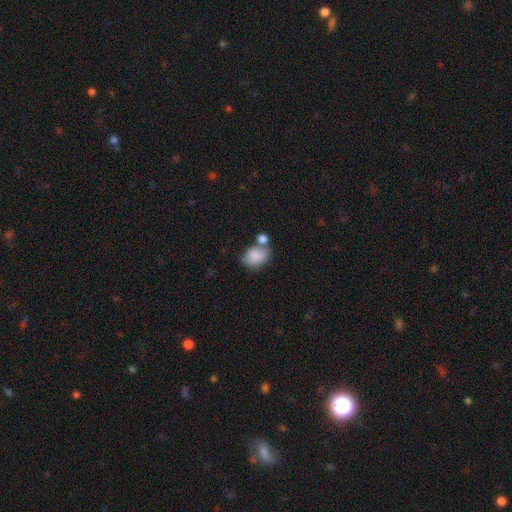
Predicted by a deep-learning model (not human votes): Smooth or featured? smooth (85%)
How rounded? in between (74%)
Merging? none (46%)